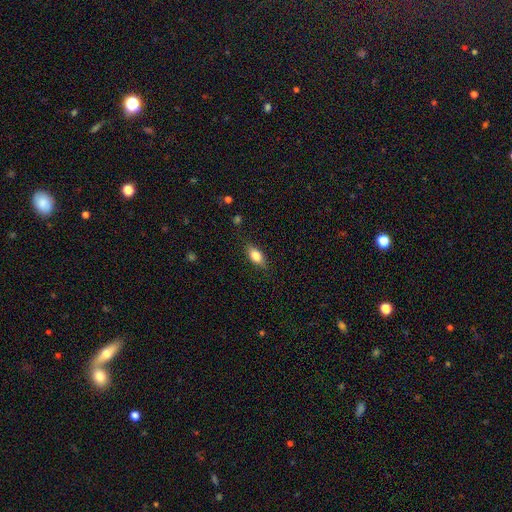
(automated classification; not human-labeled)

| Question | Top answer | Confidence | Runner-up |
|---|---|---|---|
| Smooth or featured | smooth | 81% | featured or disk (12%) |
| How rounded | in between | 85% | cigar-shaped (10%) |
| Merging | none | 82% | minor disturbance (13%) |